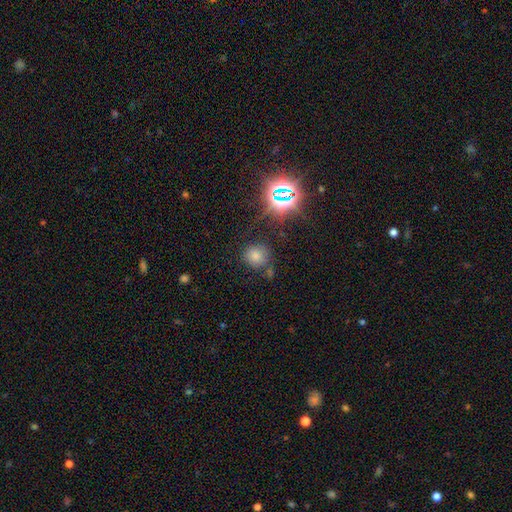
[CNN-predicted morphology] smooth-or-featured: smooth: 68% | star or artifact: 24% | featured or disk: 8%
  how-rounded: round: 86% | in between: 13% | cigar-shaped: 1%
  merging: none: 74% | minor disturbance: 13% | merger: 8% | major disturbance: 5%